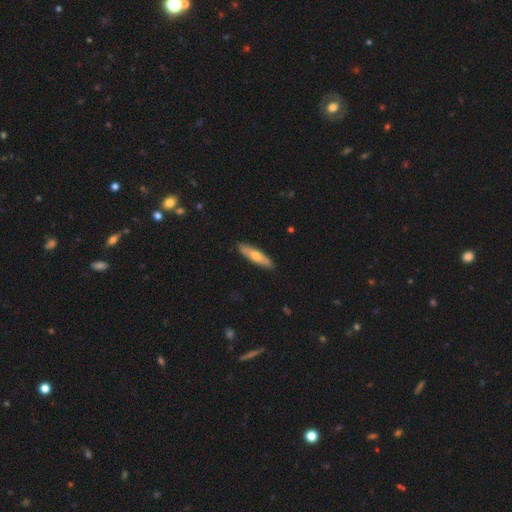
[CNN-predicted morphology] smooth-or-featured: smooth: 57% | featured or disk: 38% | star or artifact: 5%
  how-rounded: cigar-shaped: 74% | in between: 24% | round: 2%
  merging: none: 89% | minor disturbance: 9% | major disturbance: 2% | merger: 1%